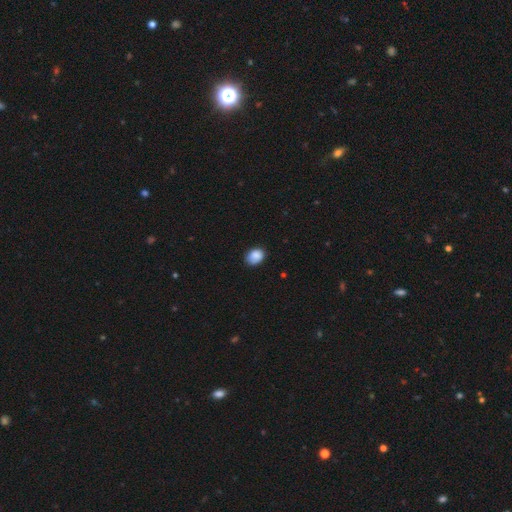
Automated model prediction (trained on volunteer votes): A smooth galaxy with no disk features (86%) that is in between round and cigar-shaped (56%). Merging: none (73%).